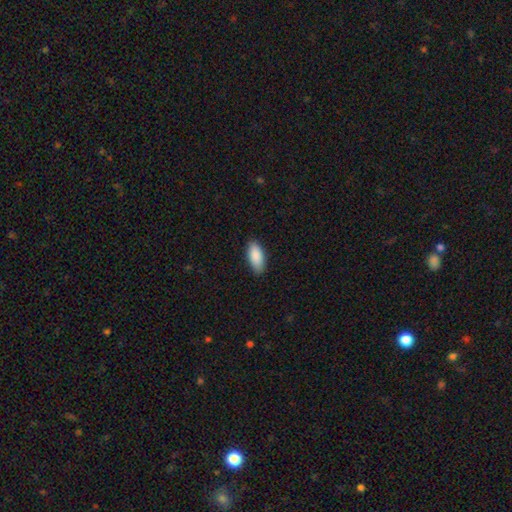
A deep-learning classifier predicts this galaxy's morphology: A smooth galaxy with no disk features (89%) that is in between round and cigar-shaped (88%).

Vote fractions:
- Smooth or featured? smooth: 89% / star or artifact: 6% / featured or disk: 5%
- How rounded? in between: 88% / cigar-shaped: 10% / round: 2%
- Merging? none: 85% / minor disturbance: 12% / major disturbance: 2% / merger: 1%